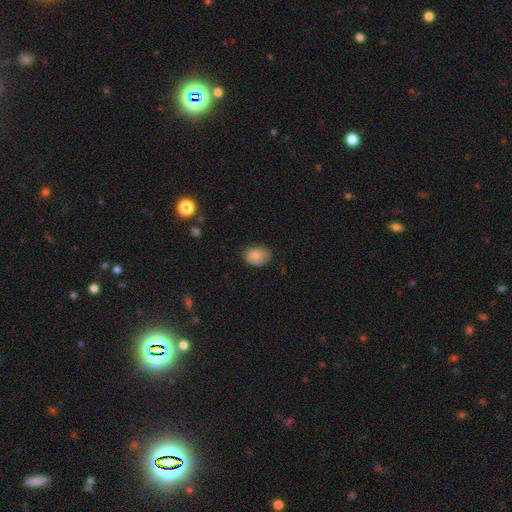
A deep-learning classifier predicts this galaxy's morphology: Smooth or featured: smooth — 83% (star or artifact — 8%)
How rounded: in between — 68% (round — 31%)
Merging: none — 74% (minor disturbance — 21%)